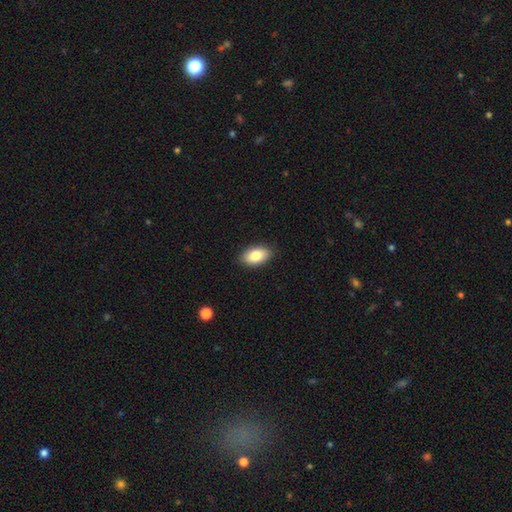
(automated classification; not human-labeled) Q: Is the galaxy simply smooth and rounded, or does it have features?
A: smooth — 82%.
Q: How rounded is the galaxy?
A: in between — 92%.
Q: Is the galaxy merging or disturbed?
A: none — 89%.